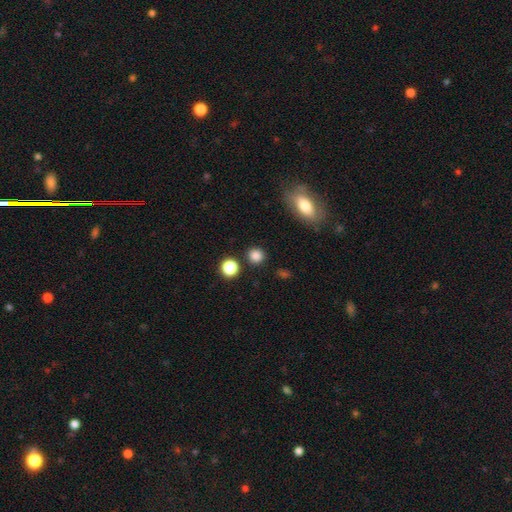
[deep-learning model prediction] Smooth or featured?
  - smooth: 83% *
  - star or artifact: 13%
  - featured or disk: 4%
How rounded?
  - round: 90% *
  - in between: 9%
  - cigar-shaped: 1%
Merging?
  - none: 87% *
  - minor disturbance: 7%
  - merger: 3%
  - major disturbance: 2%